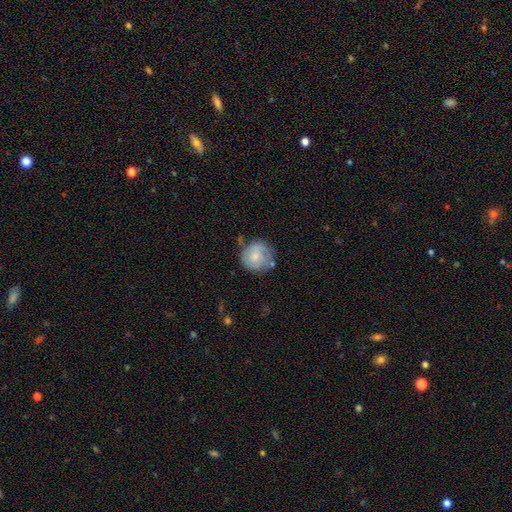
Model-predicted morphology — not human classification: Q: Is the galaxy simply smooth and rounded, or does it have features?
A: smooth — 55%.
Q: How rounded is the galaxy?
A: round — 88%.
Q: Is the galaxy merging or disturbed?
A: none — 60%.